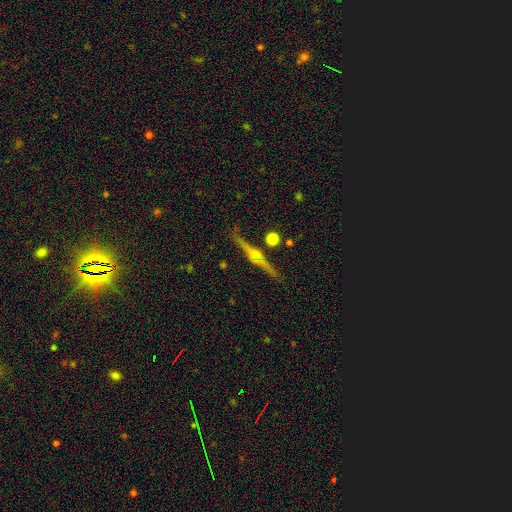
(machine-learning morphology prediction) The model was most divided on "smooth or featured": featured or disk: 78%, smooth: 14%, star or artifact: 8%. More confident: edge-on disk — yes (97%); edge-on bulge — rounded (84%); merging — none (83%).